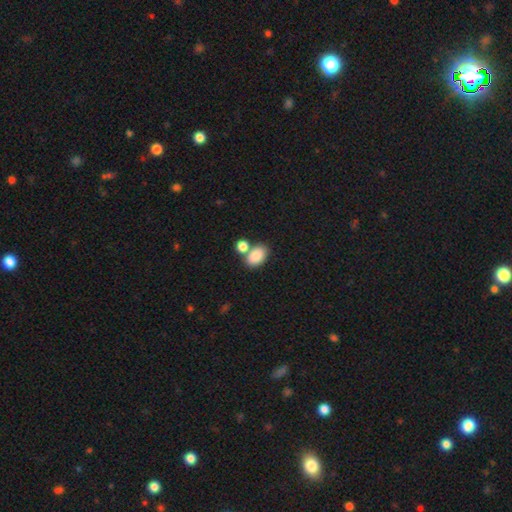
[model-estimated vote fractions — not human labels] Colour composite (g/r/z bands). It shows a smooth galaxy with no disk features (86%) that is in between round and cigar-shaped (87%). Merging: none (54%).